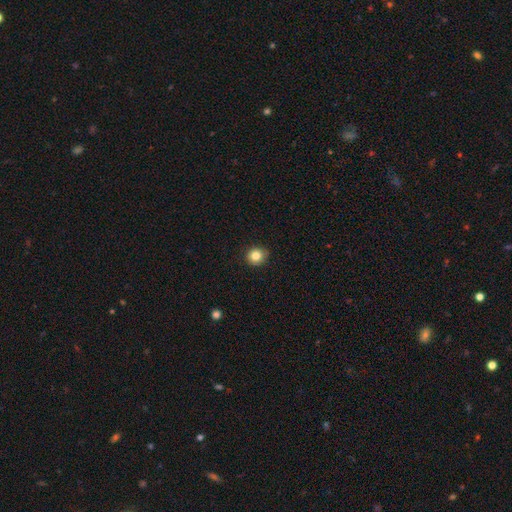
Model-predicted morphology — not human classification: smooth-or-featured: smooth: 84% | star or artifact: 10% | featured or disk: 6%
  how-rounded: round: 87% | in between: 12% | cigar-shaped: 1%
  merging: none: 89% | minor disturbance: 8% | major disturbance: 2% | merger: 1%